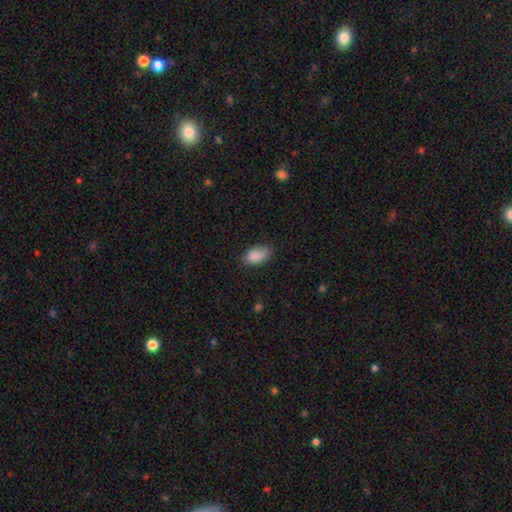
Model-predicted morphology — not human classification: Smooth or featured?
  - smooth: 88% *
  - star or artifact: 7%
  - featured or disk: 5%
How rounded?
  - in between: 93% *
  - round: 5%
  - cigar-shaped: 2%
Merging?
  - none: 76% *
  - minor disturbance: 19%
  - major disturbance: 4%
  - merger: 1%